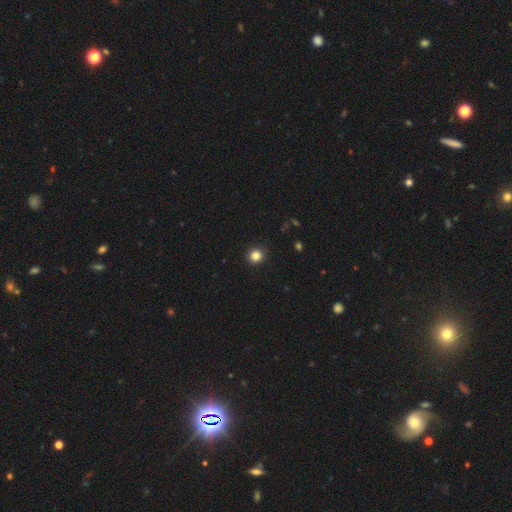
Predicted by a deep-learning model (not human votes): Morphology: type=smooth (84%); roundness=round (93%); merging=none (93%).